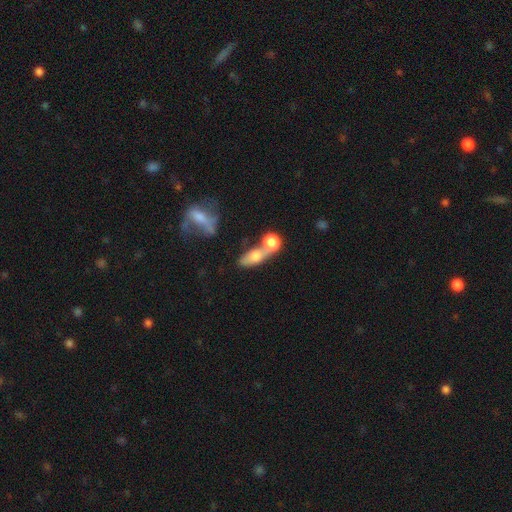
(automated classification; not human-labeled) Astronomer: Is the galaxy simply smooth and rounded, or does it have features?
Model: smooth — 66%.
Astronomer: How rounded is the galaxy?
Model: in between — 61%.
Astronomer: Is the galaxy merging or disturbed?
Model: merger — 57%.